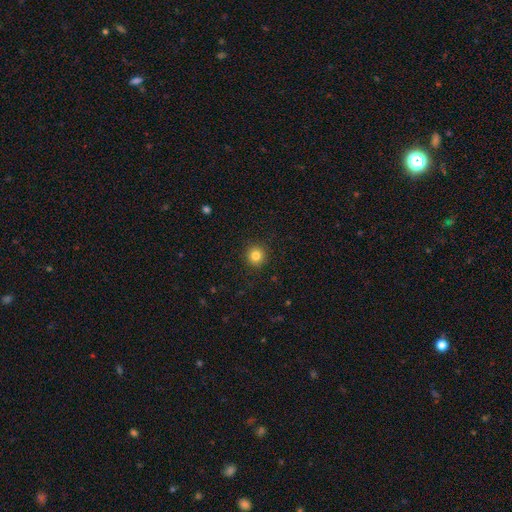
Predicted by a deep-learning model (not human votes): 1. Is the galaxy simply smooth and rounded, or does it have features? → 83% smooth, 11% star or artifact, 5% featured or disk.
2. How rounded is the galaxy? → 94% round, 5% in between, 1% cigar-shaped.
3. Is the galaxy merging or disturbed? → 92% none, 5% minor disturbance, 2% major disturbance, 1% merger.